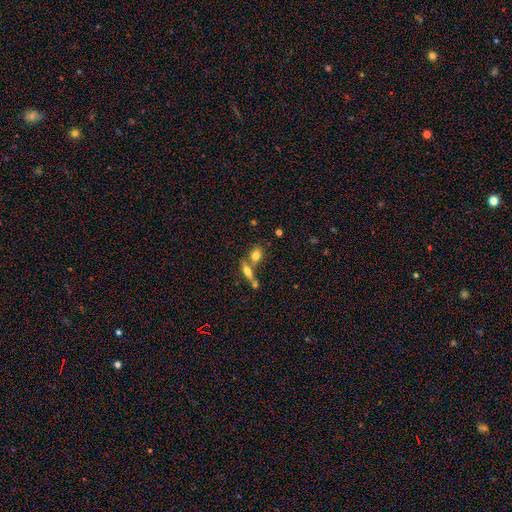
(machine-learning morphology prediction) Smooth or featured?
  - smooth: 73% *
  - featured or disk: 18%
  - star or artifact: 9%
How rounded?
  - in between: 67% *
  - round: 25%
  - cigar-shaped: 8%
Merging?
  - none: 50% *
  - merger: 37%
  - minor disturbance: 10%
  - major disturbance: 4%